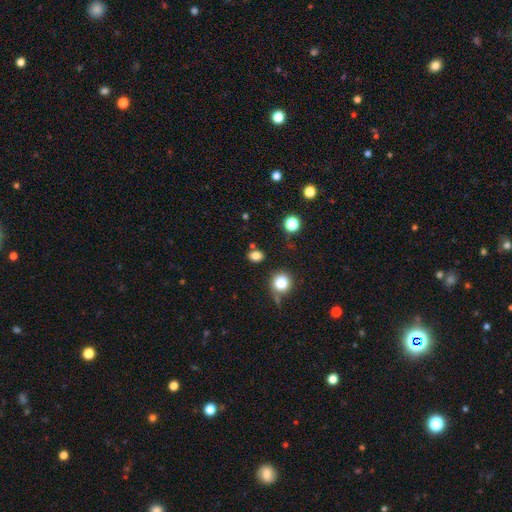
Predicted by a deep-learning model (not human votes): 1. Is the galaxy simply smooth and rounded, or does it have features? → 80% smooth, 15% star or artifact, 6% featured or disk.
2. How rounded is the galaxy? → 50% round, 49% in between, 1% cigar-shaped.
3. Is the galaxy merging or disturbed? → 79% none, 11% minor disturbance, 6% merger, 3% major disturbance.